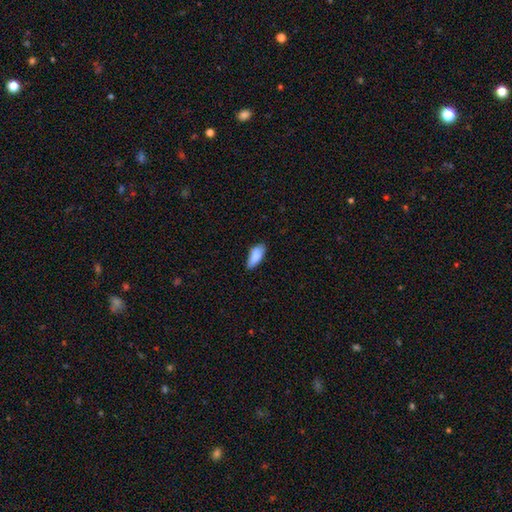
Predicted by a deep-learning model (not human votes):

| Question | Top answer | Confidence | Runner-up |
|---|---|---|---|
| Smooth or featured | smooth | 86% | featured or disk (8%) |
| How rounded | in between | 81% | cigar-shaped (17%) |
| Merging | none | 76% | minor disturbance (20%) |